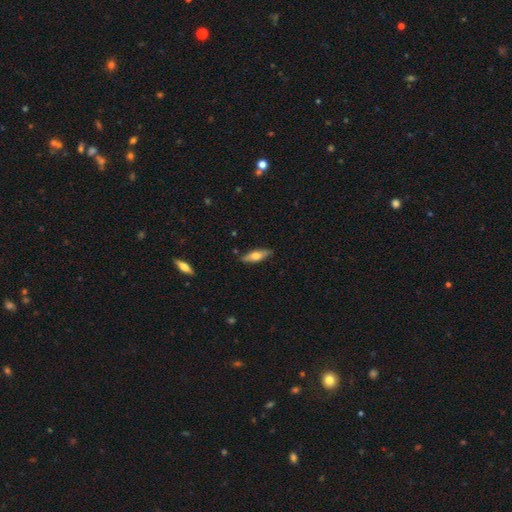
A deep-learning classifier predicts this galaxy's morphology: A smooth galaxy with no disk features (58%) that is cigar-shaped (49%).

Vote fractions:
- Smooth or featured? smooth: 58% / featured or disk: 36% / star or artifact: 6%
- How rounded? cigar-shaped: 49% / in between: 48% / round: 2%
- Merging? none: 86% / minor disturbance: 11% / major disturbance: 2% / merger: 1%